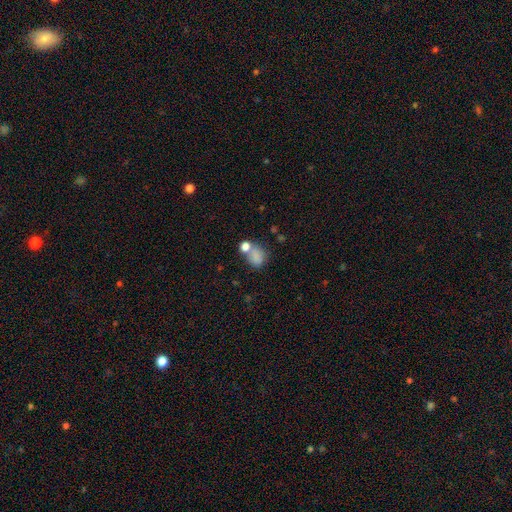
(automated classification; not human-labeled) A smooth galaxy with no disk features (78%) that is in between round and cigar-shaped (50%). Merging: none (38%).